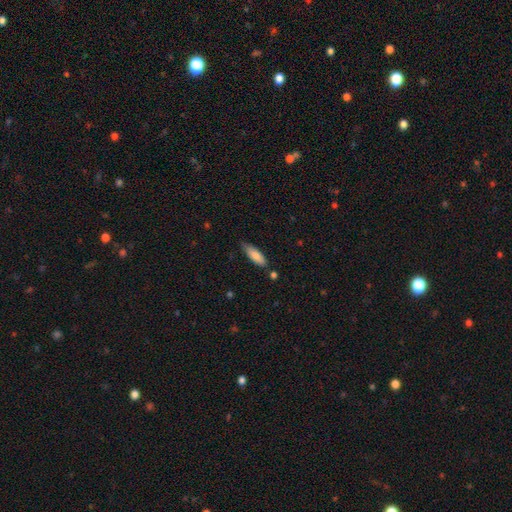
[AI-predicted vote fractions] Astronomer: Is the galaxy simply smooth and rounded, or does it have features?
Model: smooth — 83%.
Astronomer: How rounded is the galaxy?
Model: in between — 53% (runner-up: cigar-shaped, 46%).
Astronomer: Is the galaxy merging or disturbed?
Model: none — 73%.